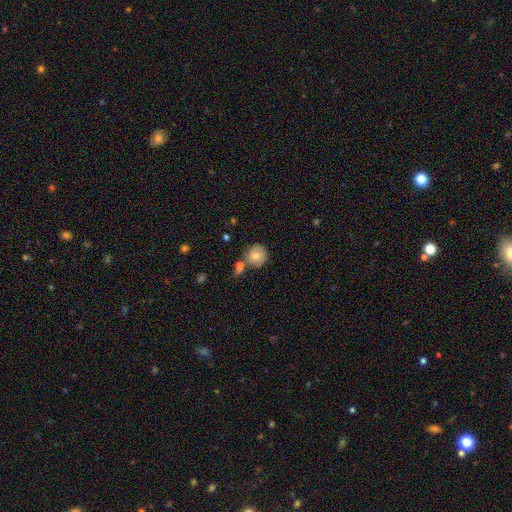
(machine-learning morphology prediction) This is likely a smooth galaxy (75%). How rounded: clearly round (88%). Merging: possibly none (59%).